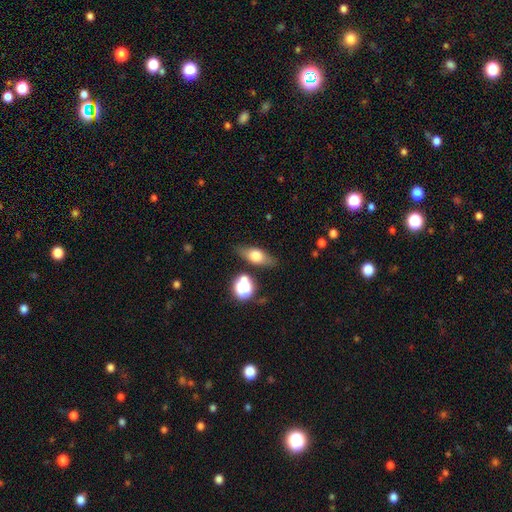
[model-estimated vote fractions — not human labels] The model was most divided on "smooth or featured": smooth: 59%, featured or disk: 31%, star or artifact: 10%. More confident: merging — none (76%); how rounded — in between (66%).